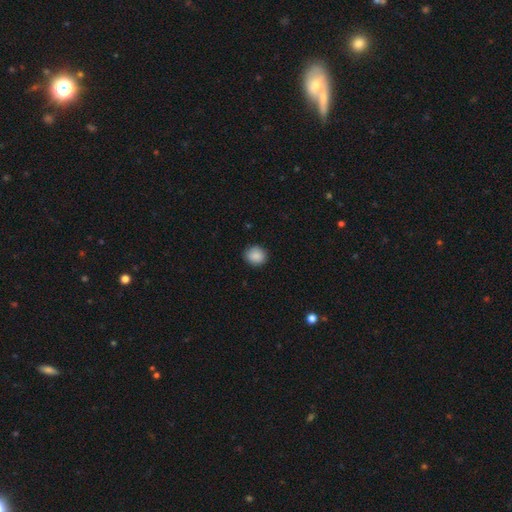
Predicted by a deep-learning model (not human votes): This appears to be a smooth galaxy with no disk features (89%) that is round (75%). Merging: none (88%).